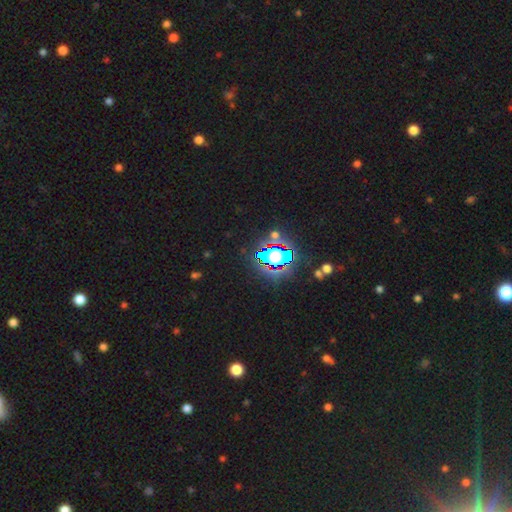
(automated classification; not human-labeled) Morphology: type=star or artifact (84%).